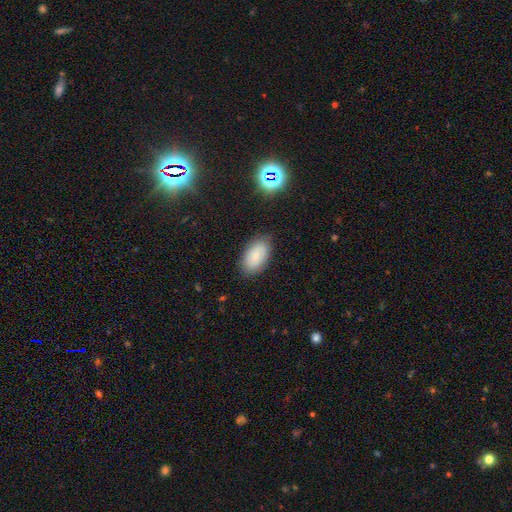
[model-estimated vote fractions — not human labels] This appears to be a smooth galaxy with no disk features (84%) that is in between round and cigar-shaped (94%). Merging: none (83%).